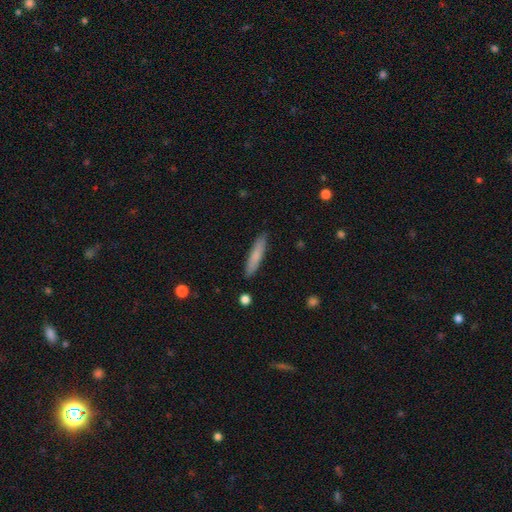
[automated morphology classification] smooth-or-featured: smooth: 77% | featured or disk: 17% | star or artifact: 6%
  how-rounded: cigar-shaped: 89% | in between: 10% | round: 1%
  merging: none: 89% | minor disturbance: 8% | major disturbance: 2% | merger: 1%